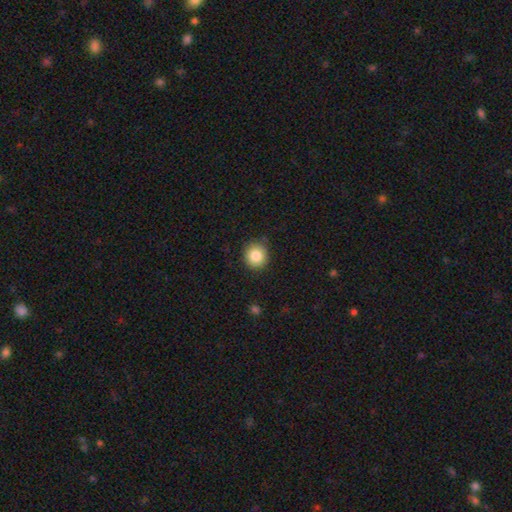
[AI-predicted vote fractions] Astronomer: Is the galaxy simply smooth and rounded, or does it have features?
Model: smooth — 85%.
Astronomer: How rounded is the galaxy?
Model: round — 87%.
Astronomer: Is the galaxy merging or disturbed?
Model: none — 87%.